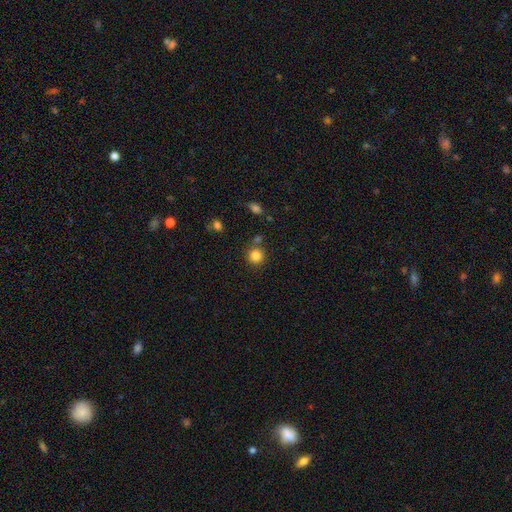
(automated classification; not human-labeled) This appears to be a smooth galaxy with no disk features (84%) that is round (92%). Merging: none (77%).